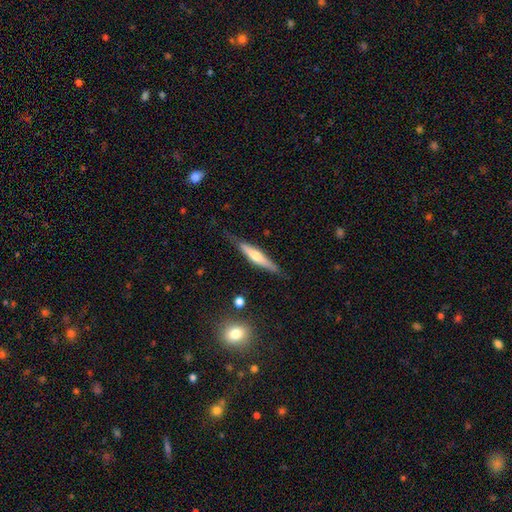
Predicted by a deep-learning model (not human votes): Q: Smooth or featured?
A: featured or disk (52%); runner-up: smooth (42%)
Q: Edge-on disk?
A: yes (93%); runner-up: no (7%)
Q: Merging?
A: none (76%); runner-up: minor disturbance (18%)